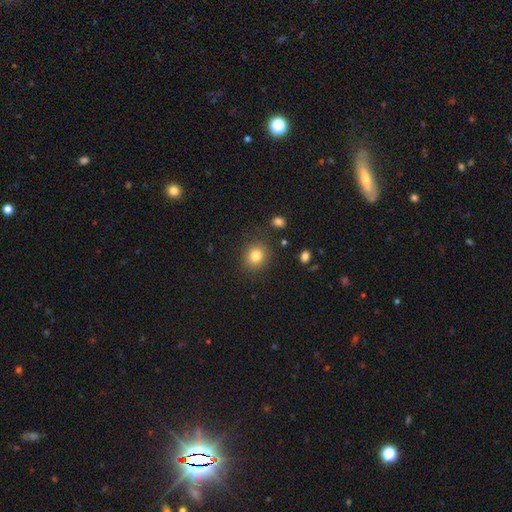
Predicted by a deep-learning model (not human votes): smooth_or_featured: smooth (p=0.81) [alt: star or artifact p=0.12]
how_rounded: round (p=0.79) [alt: in between p=0.20]
merging: none (p=0.86) [alt: minor disturbance p=0.09]